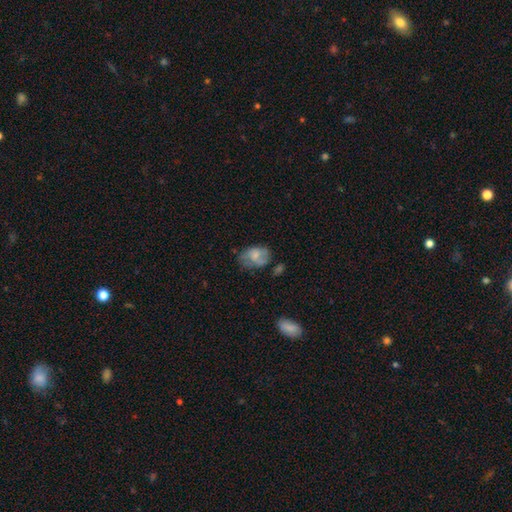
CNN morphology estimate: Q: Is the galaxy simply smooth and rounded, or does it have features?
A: smooth — 60%.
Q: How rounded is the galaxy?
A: in between — 75%.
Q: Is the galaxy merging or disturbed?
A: none — 44%.